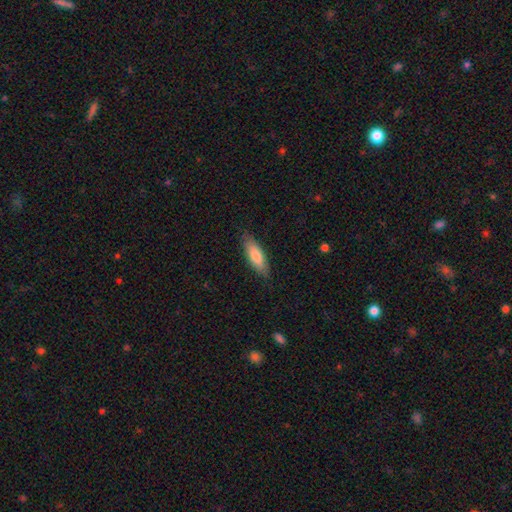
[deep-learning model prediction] This is likely a smooth galaxy (79%). How rounded: possibly in between (51%). Merging: clearly none (85%).